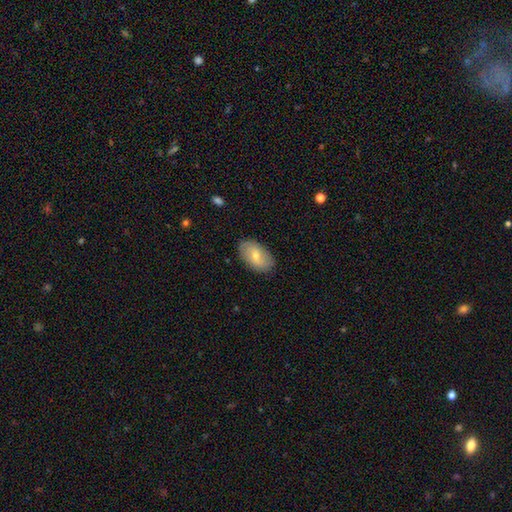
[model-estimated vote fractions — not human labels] smooth 59%, featured or disk 33%, star or artifact 7%. Down the decision tree: how rounded — in between (93%); merging — none (85%).